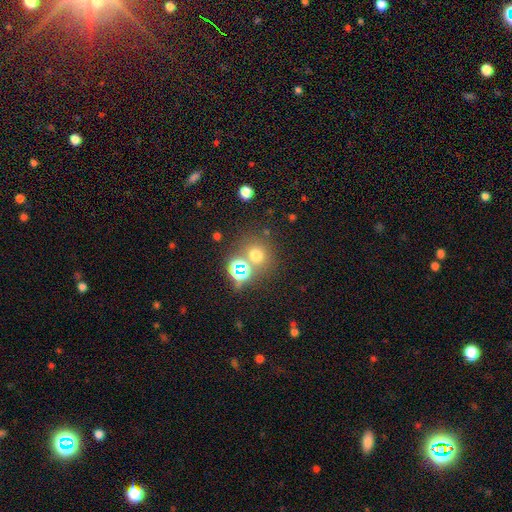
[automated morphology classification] Smooth or featured? Predicted: smooth (p=0.62). How rounded? Predicted: round (p=0.83). Merging? Predicted: none (p=0.69).